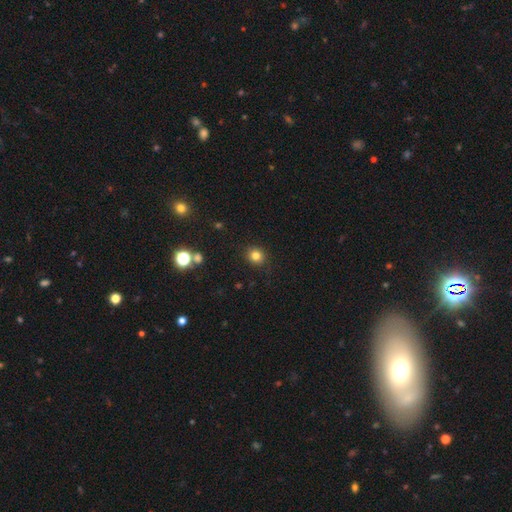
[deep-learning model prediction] Smooth or featured? smooth (80%)
How rounded? round (81%)
Merging? none (89%)